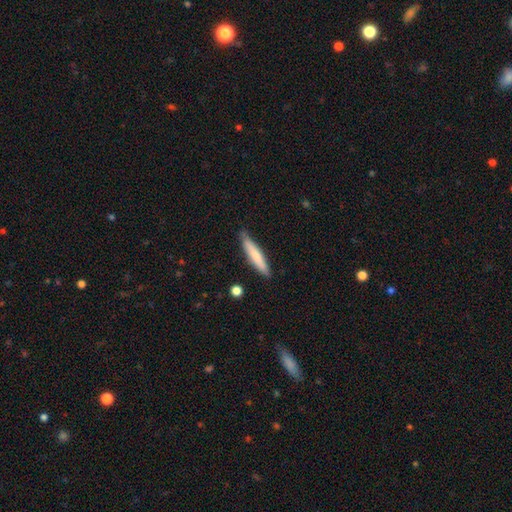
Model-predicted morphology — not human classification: Smooth or featured? smooth (72%)
How rounded? cigar-shaped (89%)
Merging? none (84%)